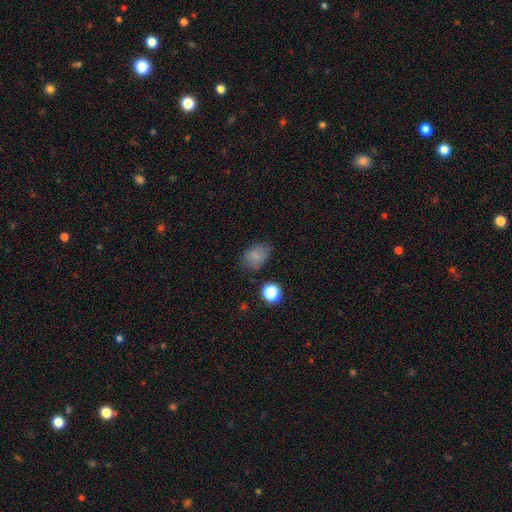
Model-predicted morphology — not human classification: Smooth or featured? smooth (78%)
How rounded? in between (68%)
Merging? none (70%)